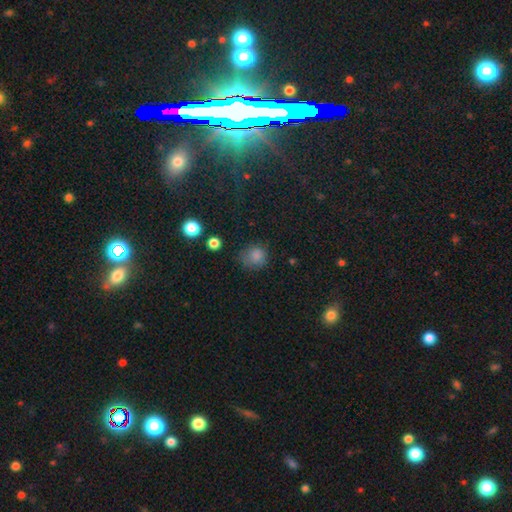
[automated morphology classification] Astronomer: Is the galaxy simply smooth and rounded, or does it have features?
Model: smooth — 80%.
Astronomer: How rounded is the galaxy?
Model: round — 81%.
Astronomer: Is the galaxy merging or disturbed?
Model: none — 64%.